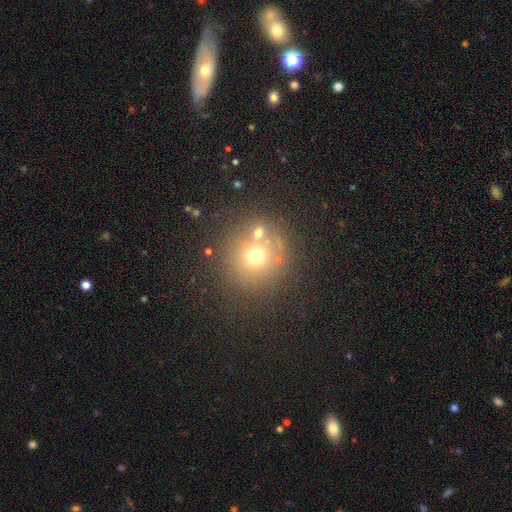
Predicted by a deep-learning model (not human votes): A smooth galaxy with no disk features (63%) that is round (91%).

Vote fractions:
- Smooth or featured? smooth: 63% / star or artifact: 19% / featured or disk: 17%
- How rounded? round: 91% / in between: 8% / cigar-shaped: 1%
- Merging? none: 68% / merger: 16% / minor disturbance: 10% / major disturbance: 6%